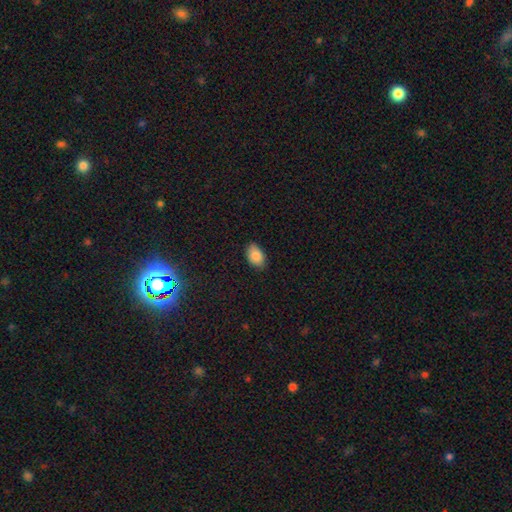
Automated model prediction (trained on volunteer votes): This appears to be a smooth galaxy with no disk features (86%) that is in between round and cigar-shaped (90%). Merging: none (82%).